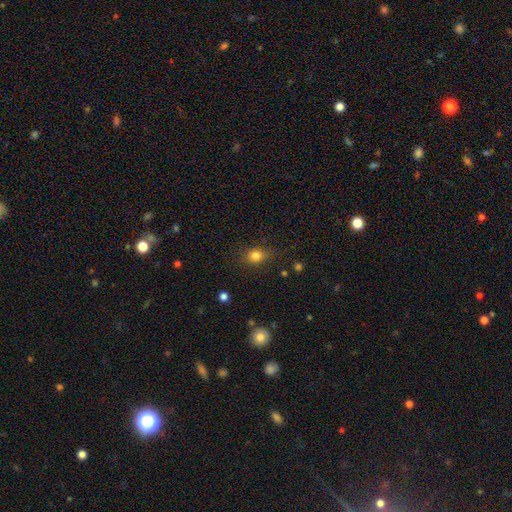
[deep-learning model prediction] Overall: smooth (81%). How rounded: round (58%; in between 41%). Merging: none (80%).